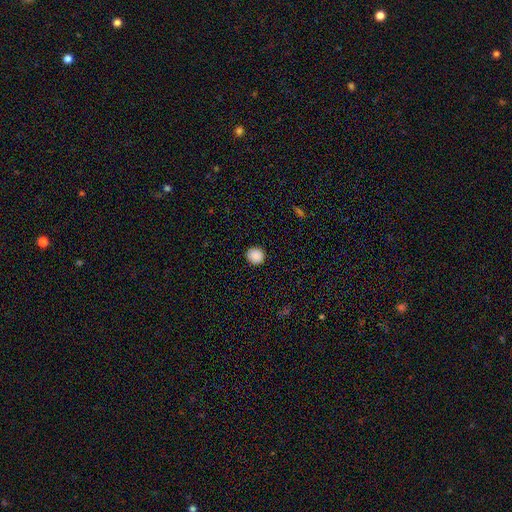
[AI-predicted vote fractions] Smooth or featured? smooth (88%)
How rounded? round (86%)
Merging? none (91%)